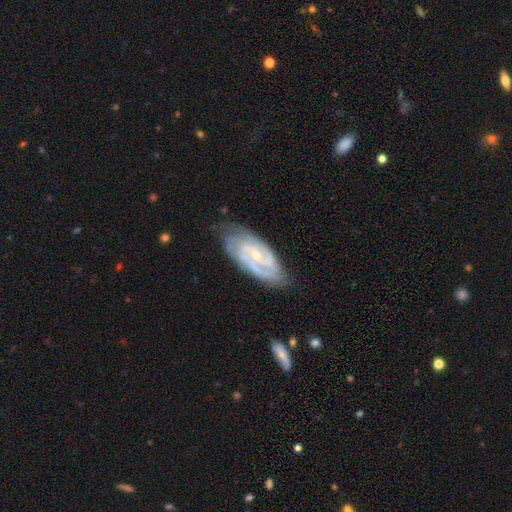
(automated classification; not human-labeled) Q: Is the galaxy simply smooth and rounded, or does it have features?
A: featured or disk — 89%.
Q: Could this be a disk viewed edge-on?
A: no — 95%.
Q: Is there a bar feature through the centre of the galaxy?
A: weak — 43%.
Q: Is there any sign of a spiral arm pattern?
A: yes — 97%.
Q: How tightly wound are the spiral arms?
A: tight — 57%.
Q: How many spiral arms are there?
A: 2 — 61%.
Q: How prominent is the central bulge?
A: small — 70%.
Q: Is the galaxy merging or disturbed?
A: none — 73%.